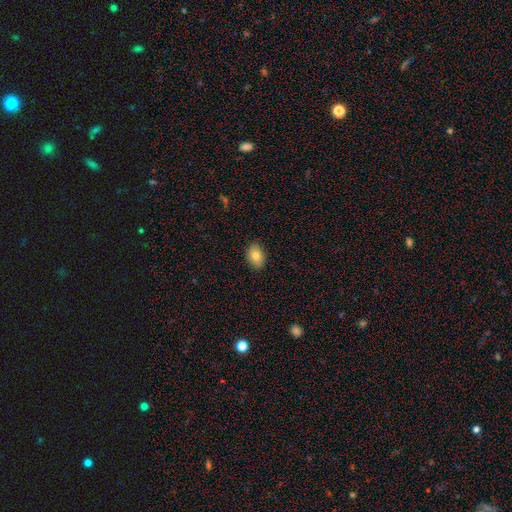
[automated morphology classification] smooth-or-featured: smooth: 80% | featured or disk: 12% | star or artifact: 8%
  how-rounded: in between: 85% | round: 14% | cigar-shaped: 1%
  merging: none: 88% | minor disturbance: 9% | major disturbance: 2% | merger: 1%